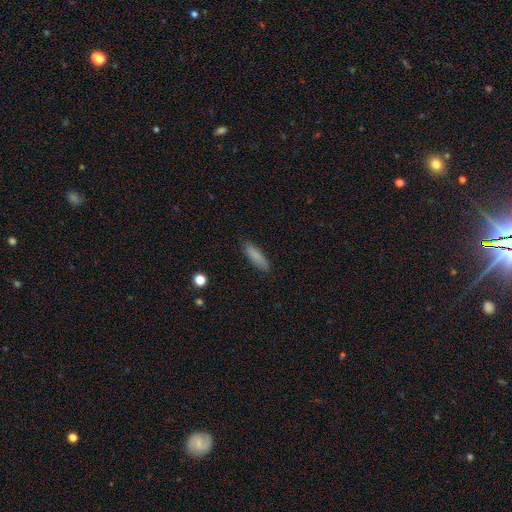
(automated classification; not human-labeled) smooth_or_featured: smooth (p=0.85) [alt: featured or disk p=0.08]
how_rounded: cigar-shaped (p=0.63) [alt: in between p=0.35]
merging: none (p=0.86) [alt: minor disturbance p=0.10]